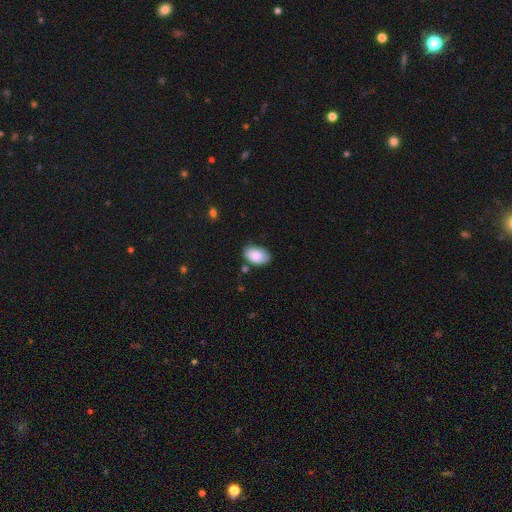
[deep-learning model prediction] smooth_or_featured: smooth (p=0.87) [alt: star or artifact p=0.07]
how_rounded: in between (p=0.91) [alt: round p=0.08]
merging: none (p=0.71) [alt: minor disturbance p=0.22]